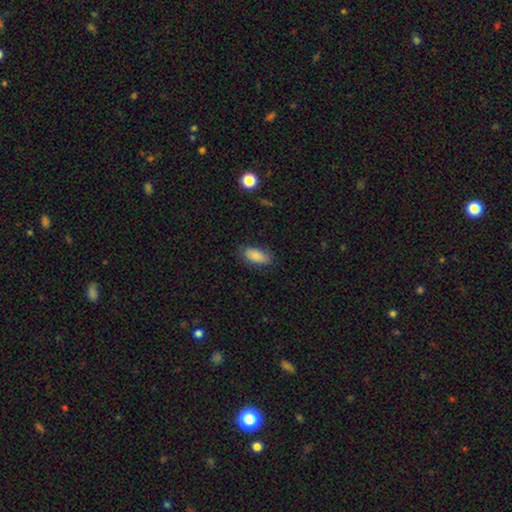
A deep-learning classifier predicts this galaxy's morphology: Smooth or featured? smooth (82%)
How rounded? in between (89%)
Merging? none (78%)